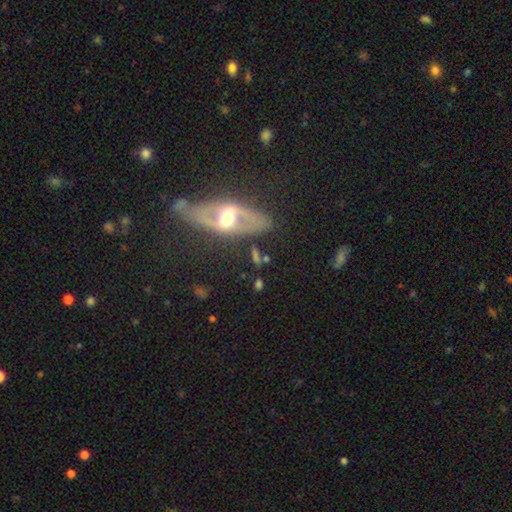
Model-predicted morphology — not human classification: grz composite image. It shows a featured or disk galaxy (64%). Merging: none (71%).